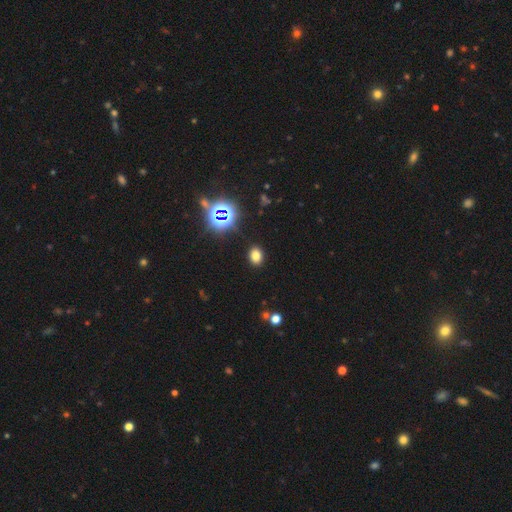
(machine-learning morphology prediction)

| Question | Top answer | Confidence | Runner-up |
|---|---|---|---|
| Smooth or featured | smooth | 74% | star or artifact (19%) |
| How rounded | in between | 67% | round (32%) |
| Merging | none | 89% | minor disturbance (7%) |